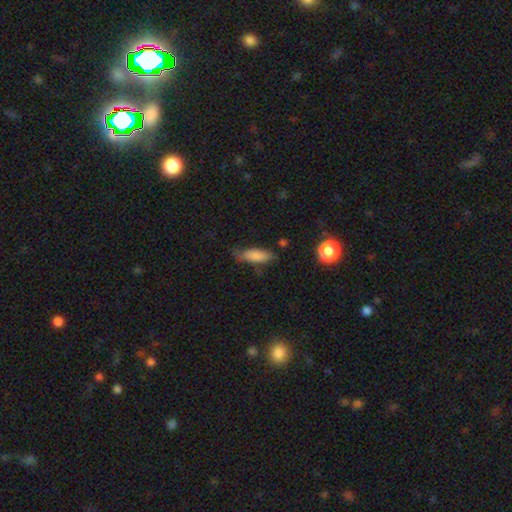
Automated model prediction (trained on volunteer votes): A smooth galaxy with no disk features (79%) that is in between round and cigar-shaped (60%).

Vote fractions:
- Smooth or featured? smooth: 79% / featured or disk: 14% / star or artifact: 8%
- How rounded? in between: 60% / cigar-shaped: 38% / round: 2%
- Merging? none: 59% / minor disturbance: 29% / major disturbance: 8% / merger: 3%